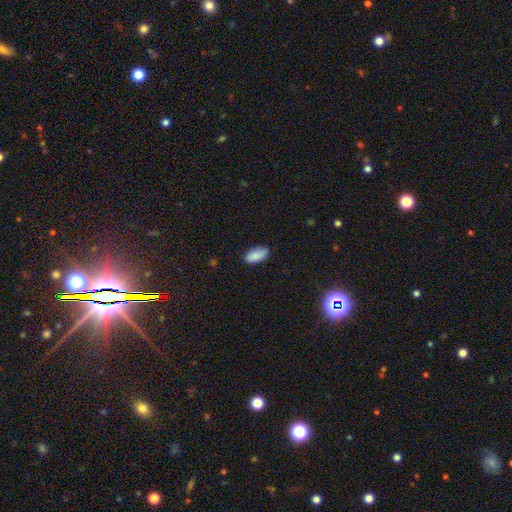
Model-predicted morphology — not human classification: Smooth or featured? smooth (87%)
How rounded? in between (91%)
Merging? none (86%)